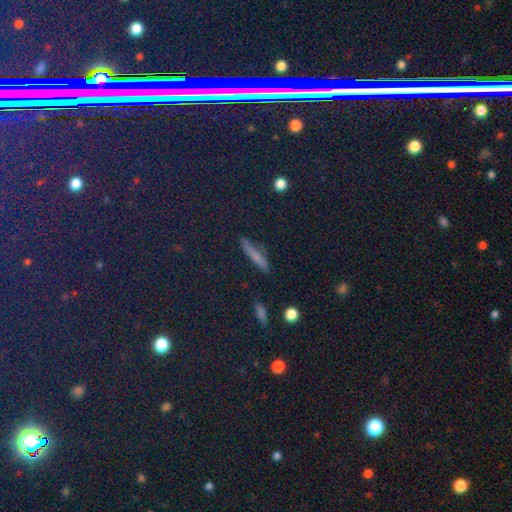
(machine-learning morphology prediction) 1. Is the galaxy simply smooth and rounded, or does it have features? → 56% smooth, 23% featured or disk, 21% star or artifact.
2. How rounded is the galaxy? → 81% cigar-shaped, 12% in between, 6% round.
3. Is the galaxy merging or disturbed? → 81% none, 13% minor disturbance, 4% major disturbance, 3% merger.